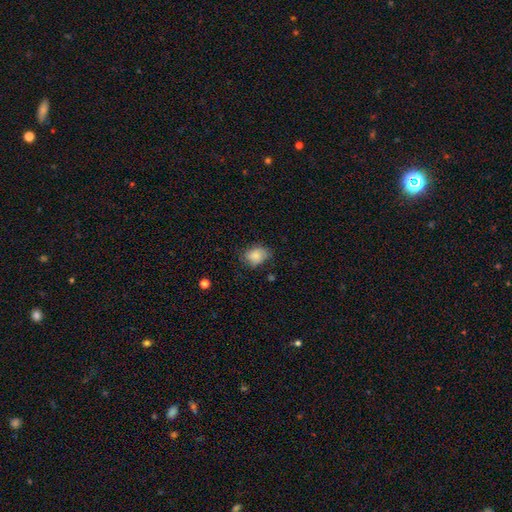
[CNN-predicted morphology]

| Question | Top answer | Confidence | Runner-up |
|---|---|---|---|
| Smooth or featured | smooth | 83% | featured or disk (9%) |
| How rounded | in between | 65% | round (34%) |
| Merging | none | 64% | minor disturbance (28%) |